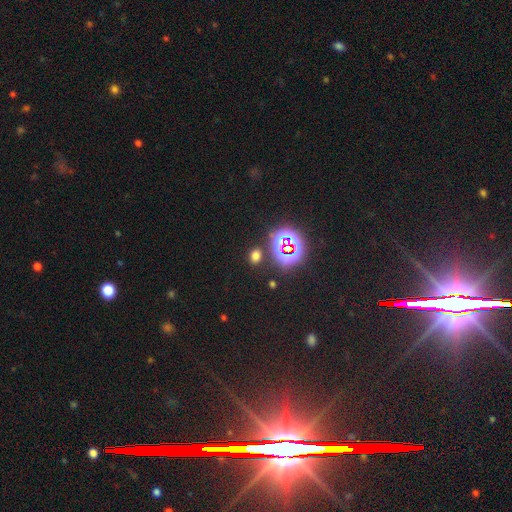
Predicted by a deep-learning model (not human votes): This is possibly a smooth galaxy (58%). How rounded: possibly in between (49%, tied with round). Merging: clearly none (84%).